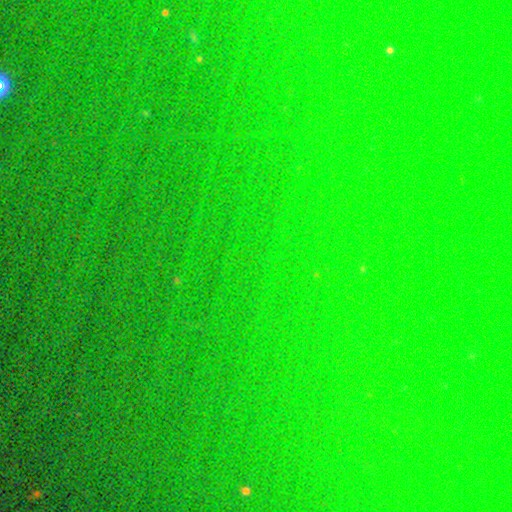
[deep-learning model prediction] A star or artifact, not a galaxy (81%).